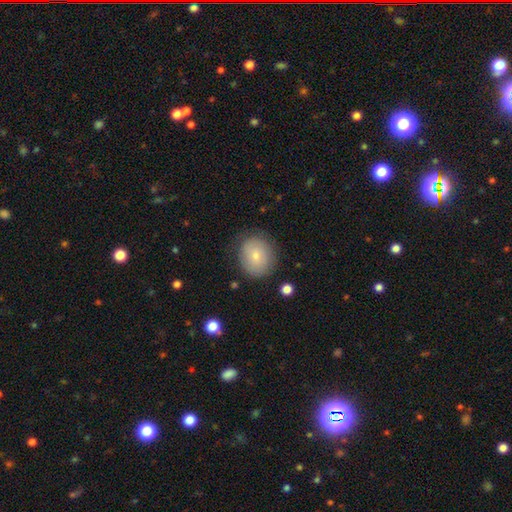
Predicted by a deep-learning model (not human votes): A smooth galaxy with no disk features (75%) that is round (73%).

Vote fractions:
- Smooth or featured? smooth: 75% / featured or disk: 17% / star or artifact: 8%
- How rounded? round: 73% / in between: 27% / cigar-shaped: 1%
- Merging? none: 78% / minor disturbance: 16% / major disturbance: 5% / merger: 1%